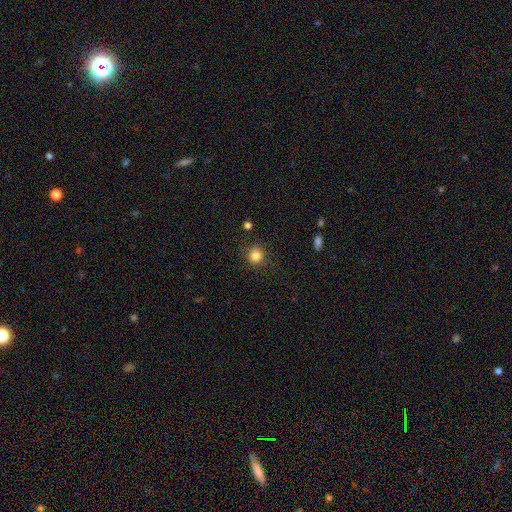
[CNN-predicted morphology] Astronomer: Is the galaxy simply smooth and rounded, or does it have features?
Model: smooth — 83%.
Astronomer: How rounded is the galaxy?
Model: round — 91%.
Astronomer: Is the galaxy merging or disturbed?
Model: none — 85%.